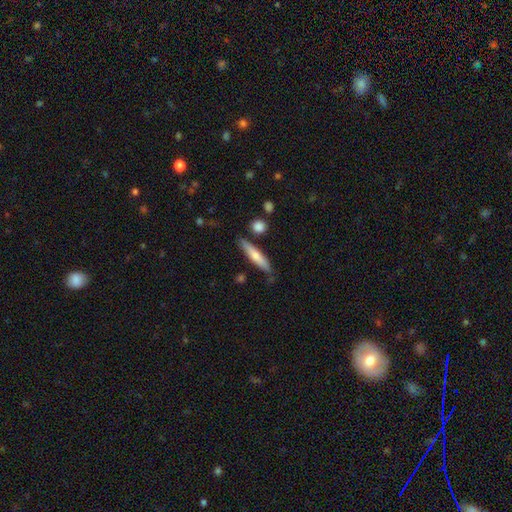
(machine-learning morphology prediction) A smooth galaxy with no disk features (62%) that is cigar-shaped (84%).

Vote fractions:
- Smooth or featured? smooth: 62% / featured or disk: 32% / star or artifact: 6%
- How rounded? cigar-shaped: 84% / in between: 14% / round: 2%
- Merging? none: 79% / minor disturbance: 14% / merger: 5% / major disturbance: 3%